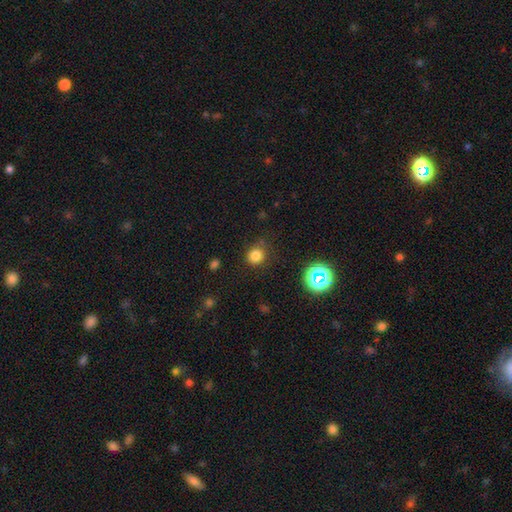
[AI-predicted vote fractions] This is likely a smooth galaxy (78%). How rounded: clearly round (89%). Merging: clearly none (80%).